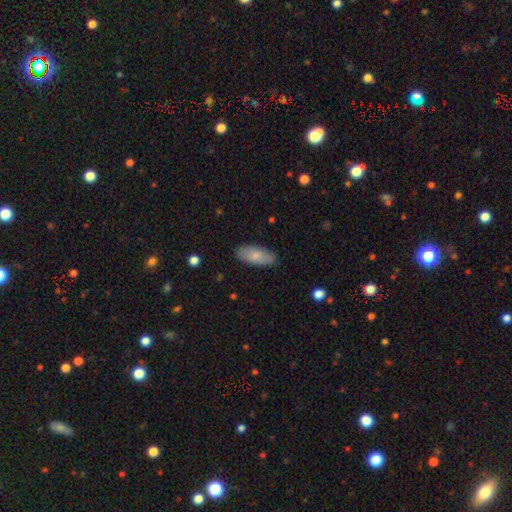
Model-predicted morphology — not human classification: Q: Smooth or featured?
A: smooth (80%); runner-up: featured or disk (15%)
Q: How rounded?
A: in between (85%); runner-up: cigar-shaped (13%)
Q: Merging?
A: none (83%); runner-up: minor disturbance (13%)